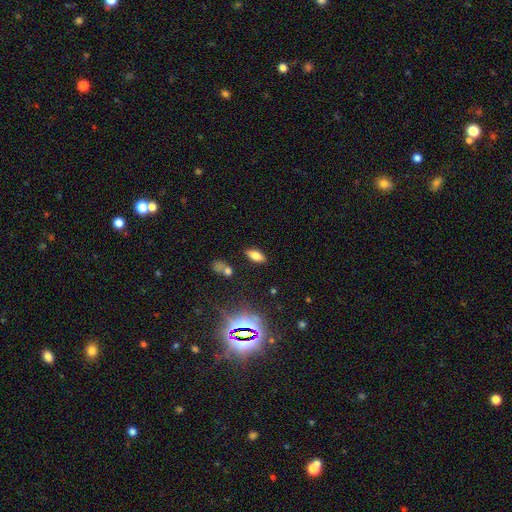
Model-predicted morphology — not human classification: A smooth galaxy with no disk features (65%) that is in between round and cigar-shaped (79%).

Vote fractions:
- Smooth or featured? smooth: 65% / featured or disk: 19% / star or artifact: 15%
- How rounded? in between: 79% / cigar-shaped: 17% / round: 4%
- Merging? none: 85% / minor disturbance: 10% / merger: 3% / major disturbance: 3%